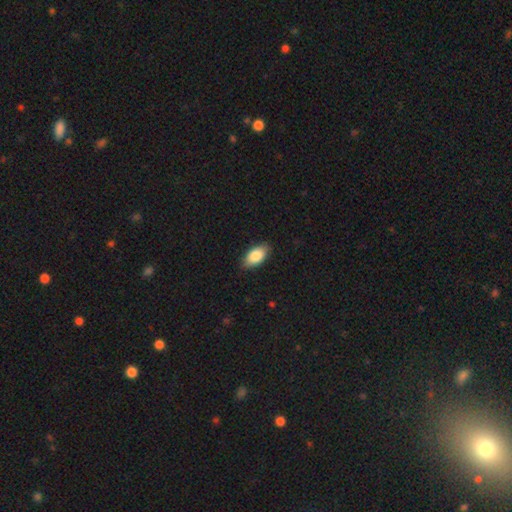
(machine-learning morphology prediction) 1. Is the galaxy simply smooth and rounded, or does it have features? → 84% smooth, 9% featured or disk, 6% star or artifact.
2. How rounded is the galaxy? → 92% in between, 5% cigar-shaped, 3% round.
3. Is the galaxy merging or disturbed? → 86% none, 11% minor disturbance, 2% major disturbance, 1% merger.